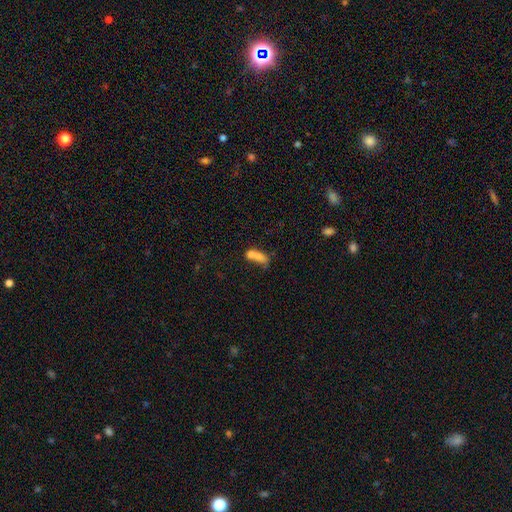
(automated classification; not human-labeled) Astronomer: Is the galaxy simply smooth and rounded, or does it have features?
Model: smooth — 66%.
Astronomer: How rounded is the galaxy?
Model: in between — 68%.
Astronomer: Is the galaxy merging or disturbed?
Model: merger — 65%.